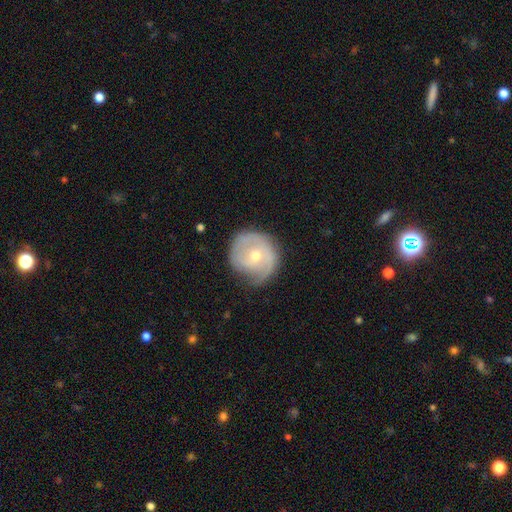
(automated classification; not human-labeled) Smooth or featured? featured or disk (66%)
Edge-on disk? no (97%)
Bar? no (70%)
Spiral arms? yes (81%)
Spiral winding? tight (53%)
Spiral arm count? 2 (40%)
Bulge size? small (49%)
Merging? none (63%)